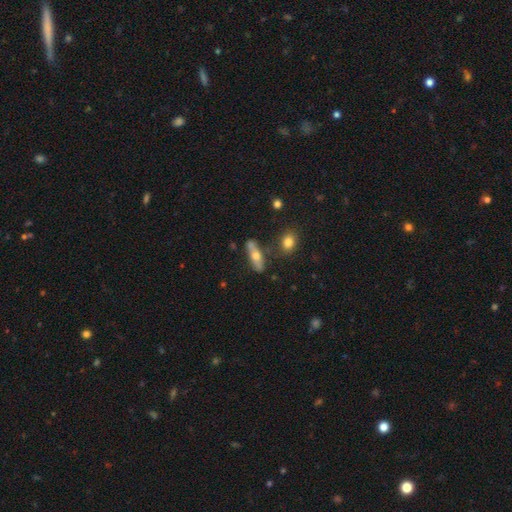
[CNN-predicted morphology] Overall: smooth (54%; featured or disk 38%). How rounded: cigar-shaped (51%; in between 45%). Merging: none (64%).